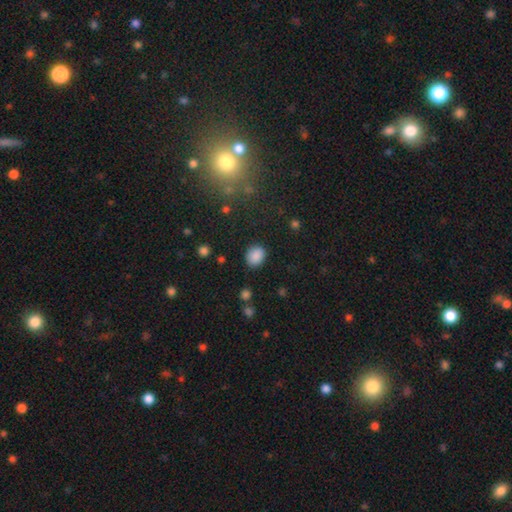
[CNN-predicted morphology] smooth-or-featured: smooth: 86% | star or artifact: 9% | featured or disk: 4%
  how-rounded: round: 52% | in between: 47% | cigar-shaped: 1%
  merging: none: 85% | minor disturbance: 10% | major disturbance: 3% | merger: 2%